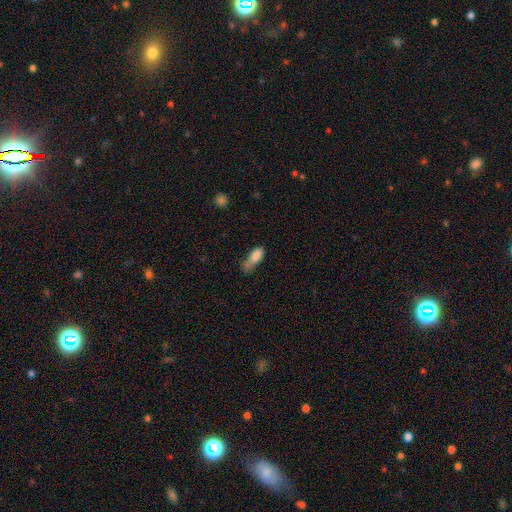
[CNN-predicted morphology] This is likely a smooth galaxy (79%). How rounded: likely in between (73%). Merging: marginally minor disturbance (34%).